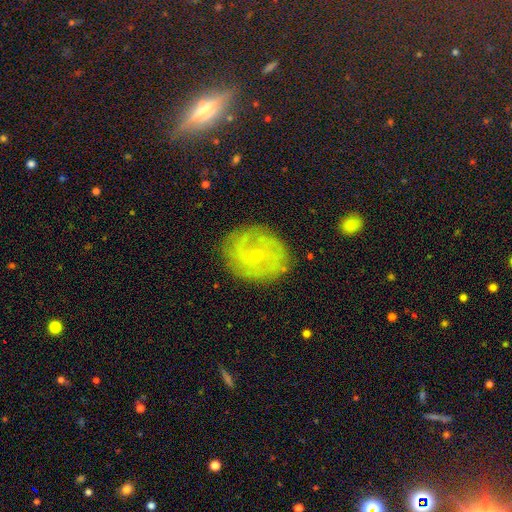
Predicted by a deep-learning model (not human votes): featured or disk 70%, smooth 18%, star or artifact 11%. Down the decision tree: edge-on disk — no (97%); bar — no (62%); spiral arms — yes (88%); spiral arm count — 2 (35%, tied with can't tell); spiral winding — tight (58%); bulge size — small (82%); merging — none (81%).